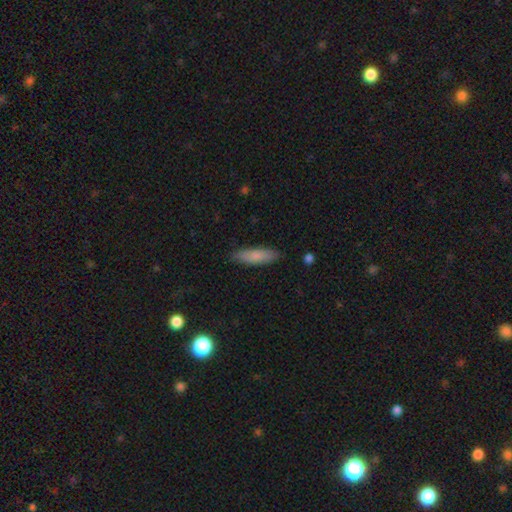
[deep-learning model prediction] This is clearly a smooth galaxy (83%). How rounded: likely cigar-shaped (61%). Merging: clearly none (86%).